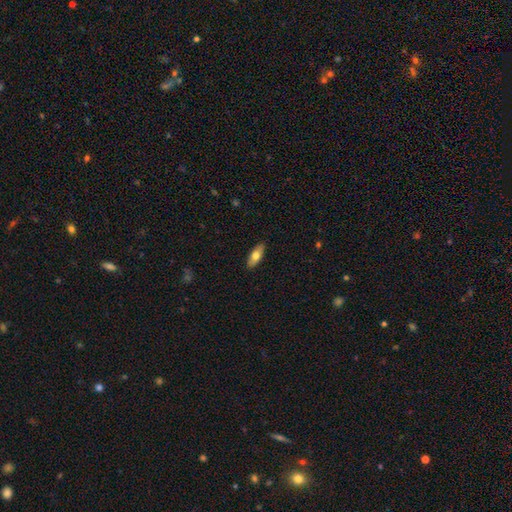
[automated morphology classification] smooth 68%, featured or disk 26%, star or artifact 6%. Down the decision tree: how rounded — in between (67%); merging — none (90%).